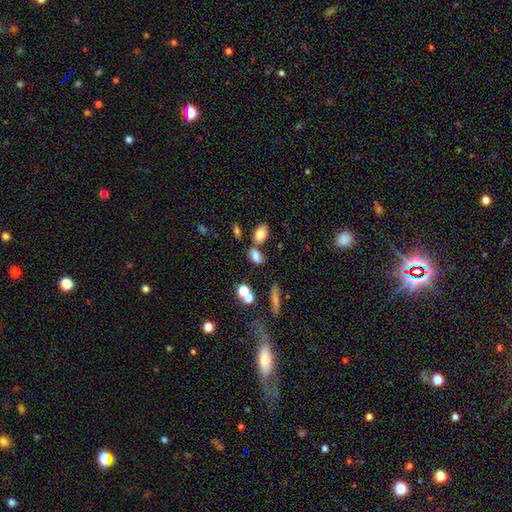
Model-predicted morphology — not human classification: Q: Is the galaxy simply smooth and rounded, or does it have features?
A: smooth — 75%.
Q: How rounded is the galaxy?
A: in between — 83%.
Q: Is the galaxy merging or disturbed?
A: none — 55%.